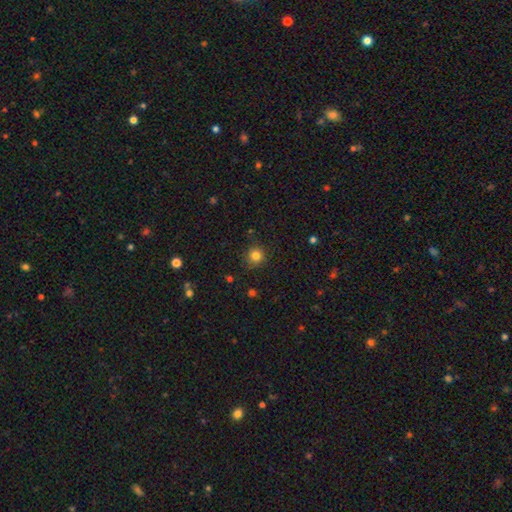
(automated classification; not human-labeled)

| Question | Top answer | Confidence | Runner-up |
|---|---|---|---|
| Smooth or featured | smooth | 81% | star or artifact (13%) |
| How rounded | round | 92% | in between (7%) |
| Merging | none | 86% | minor disturbance (10%) |